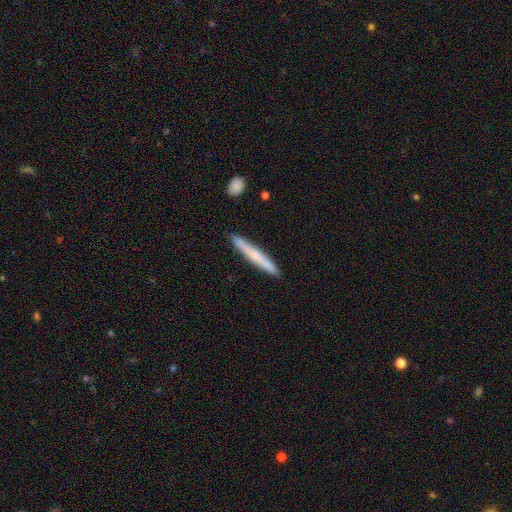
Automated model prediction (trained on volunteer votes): Smooth or featured? Predicted: smooth (p=0.56). How rounded? Predicted: cigar-shaped (p=0.96). Merging? Predicted: none (p=0.90).